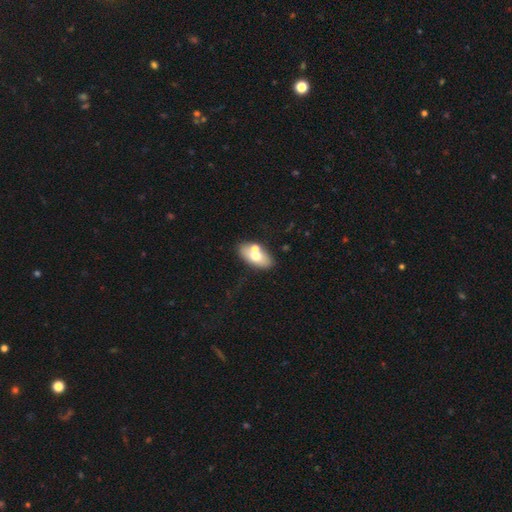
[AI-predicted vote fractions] The model was most divided on "smooth or featured": smooth: 62%, featured or disk: 30%, star or artifact: 8%. More confident: how rounded — in between (88%); merging — none (59%).